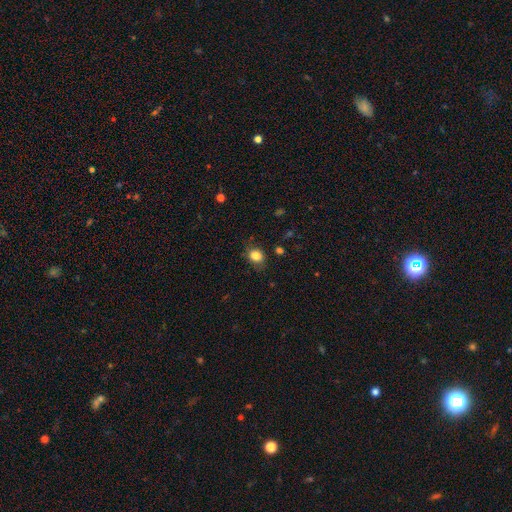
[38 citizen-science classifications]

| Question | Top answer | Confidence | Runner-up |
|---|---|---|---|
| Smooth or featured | smooth | 82% | featured or disk (13%) |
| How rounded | round | 52% | in between (48%) |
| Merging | none | 78% | minor disturbance (11%) |